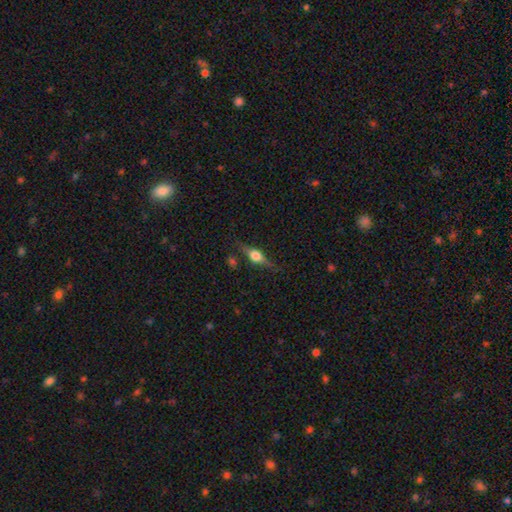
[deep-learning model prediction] smooth_or_featured: featured or disk (p=0.62) [alt: smooth p=0.30]
disk_edge_on: yes (p=0.94) [alt: no p=0.06]
edge_on_bulge: rounded (p=0.94) [alt: boxy p=0.05]
merging: none (p=0.78) [alt: minor disturbance p=0.15]